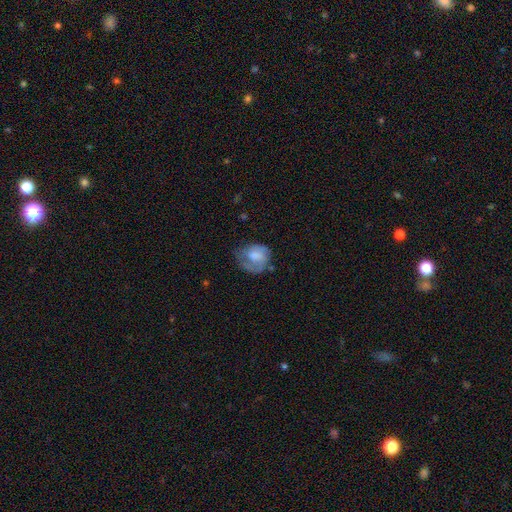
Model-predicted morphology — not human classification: smooth 49%, featured or disk 44%, star or artifact 7%. Down the decision tree: merging — none (42%).